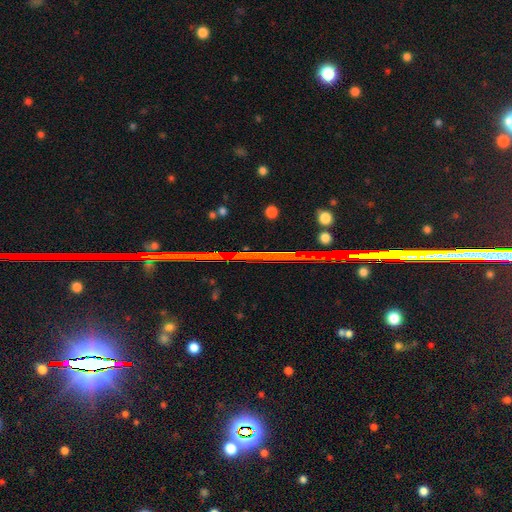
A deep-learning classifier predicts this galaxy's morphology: type=star or artifact (81%).